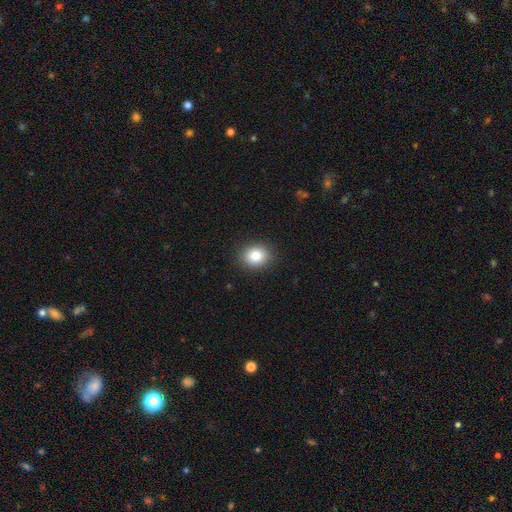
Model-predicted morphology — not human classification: The model was most divided on "how rounded": round: 63%, in between: 36%, cigar-shaped: 1%. More confident: merging — none (90%); smooth or featured — smooth (83%).